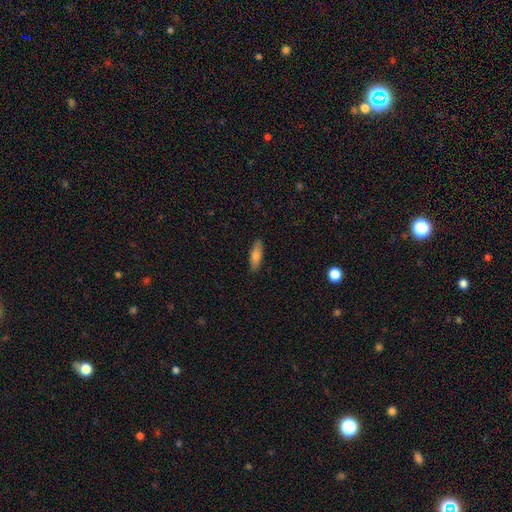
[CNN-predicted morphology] Smooth or featured?
  - smooth: 73% *
  - featured or disk: 20%
  - star or artifact: 7%
How rounded?
  - cigar-shaped: 52% *
  - in between: 45%
  - round: 2%
Merging?
  - none: 88% *
  - minor disturbance: 9%
  - major disturbance: 2%
  - merger: 1%